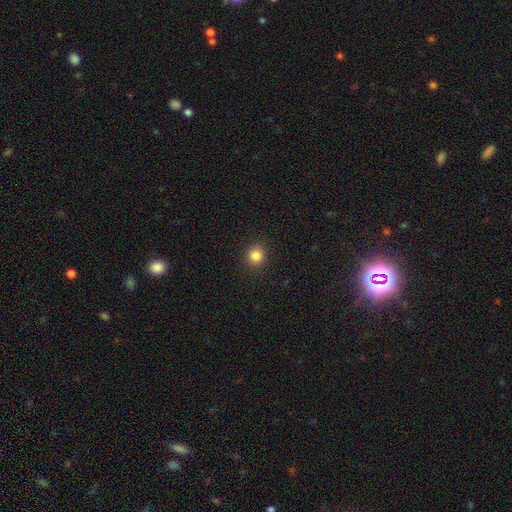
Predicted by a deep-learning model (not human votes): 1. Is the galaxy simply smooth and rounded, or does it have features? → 84% smooth, 11% star or artifact, 4% featured or disk.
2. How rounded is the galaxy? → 86% round, 13% in between, 1% cigar-shaped.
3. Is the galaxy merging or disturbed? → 91% none, 6% minor disturbance, 2% major disturbance, 1% merger.